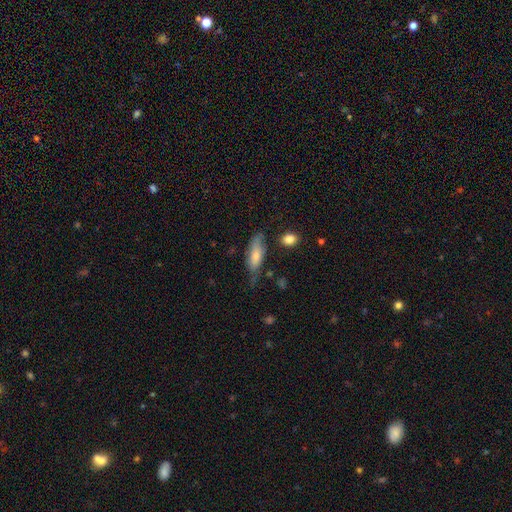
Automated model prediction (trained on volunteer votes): Q: Smooth or featured?
A: smooth (68%); runner-up: featured or disk (26%)
Q: How rounded?
A: in between (66%); runner-up: cigar-shaped (31%)
Q: Merging?
A: none (52%); runner-up: minor disturbance (32%)